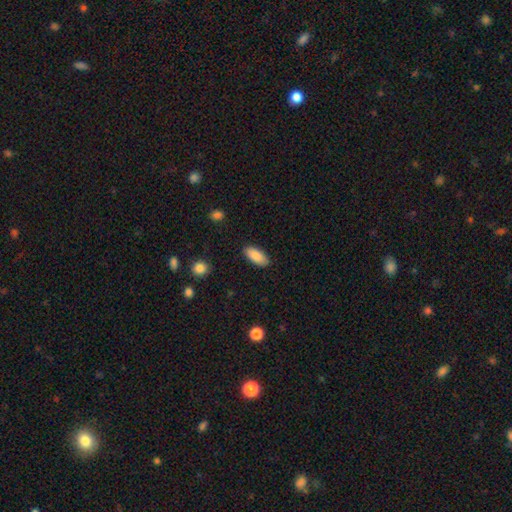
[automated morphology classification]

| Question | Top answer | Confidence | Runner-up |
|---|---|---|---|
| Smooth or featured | smooth | 88% | featured or disk (6%) |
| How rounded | in between | 88% | cigar-shaped (10%) |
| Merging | none | 88% | minor disturbance (9%) |